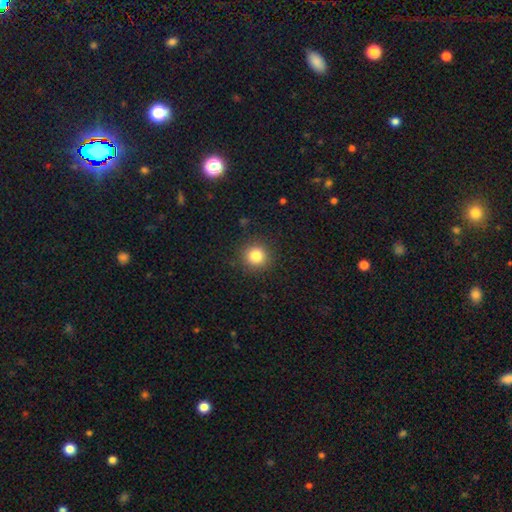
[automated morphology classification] A smooth galaxy with no disk features (83%) that is round (93%). Merging: none (90%).